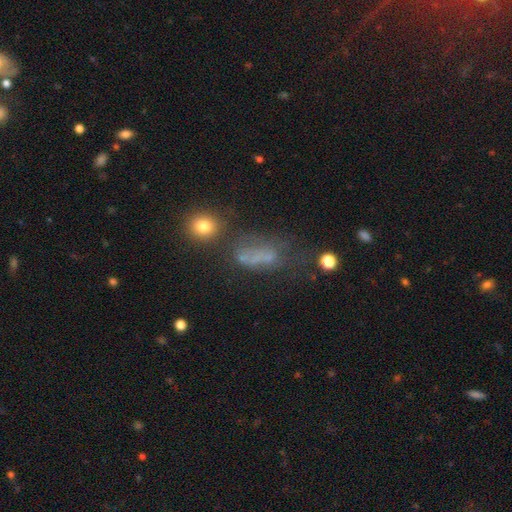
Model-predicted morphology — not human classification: Overall: smooth (44%; featured or disk 28%). Merging: none (35%; major disturbance 30%).